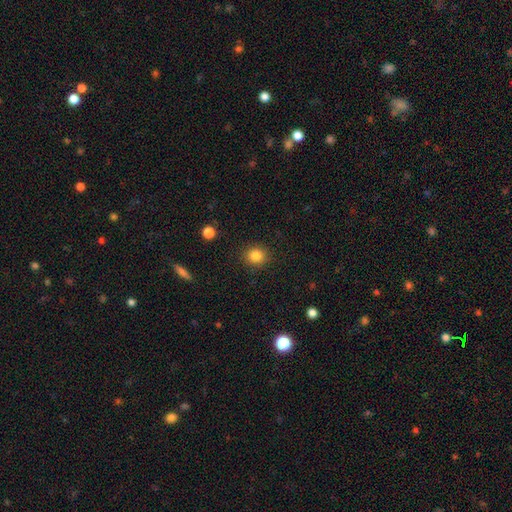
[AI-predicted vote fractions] Smooth or featured?
  - smooth: 84% *
  - star or artifact: 11%
  - featured or disk: 5%
How rounded?
  - round: 83% *
  - in between: 16%
  - cigar-shaped: 1%
Merging?
  - none: 90% *
  - minor disturbance: 7%
  - major disturbance: 2%
  - merger: 1%